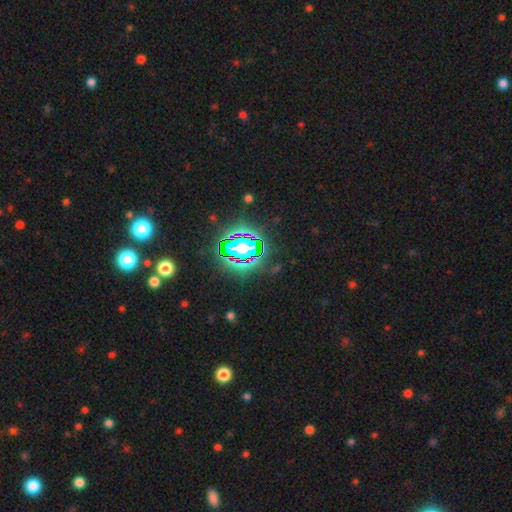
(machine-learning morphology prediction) Overall: star or artifact (81%).